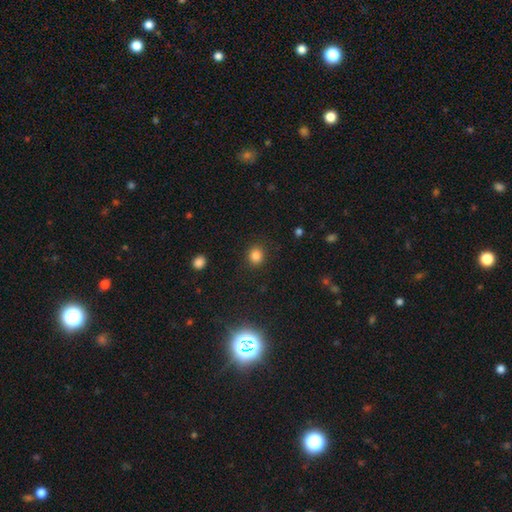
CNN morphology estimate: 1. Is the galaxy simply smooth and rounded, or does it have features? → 83% smooth, 13% star or artifact, 4% featured or disk.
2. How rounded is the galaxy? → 84% round, 15% in between, 1% cigar-shaped.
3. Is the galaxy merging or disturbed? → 88% none, 7% minor disturbance, 3% major disturbance, 1% merger.